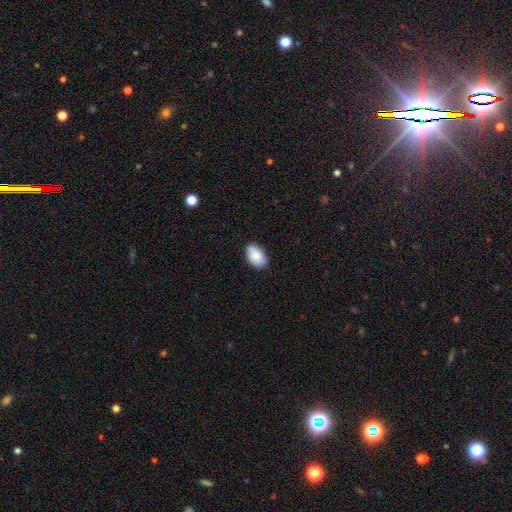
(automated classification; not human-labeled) Q: Smooth or featured?
A: smooth (86%); runner-up: featured or disk (7%)
Q: How rounded?
A: in between (92%); runner-up: round (7%)
Q: Merging?
A: none (84%); runner-up: minor disturbance (13%)